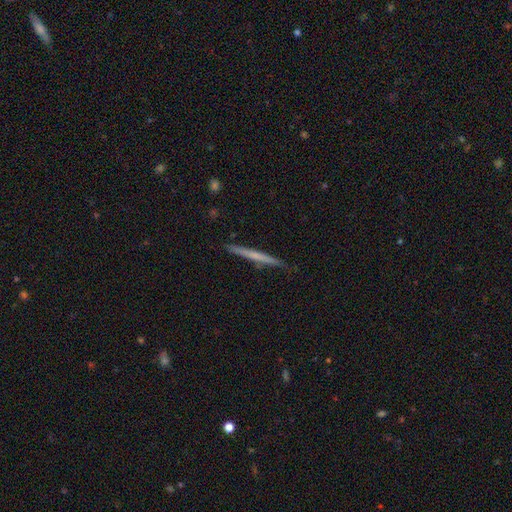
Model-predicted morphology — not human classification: type=featured or disk (50%); merging=none (88%).